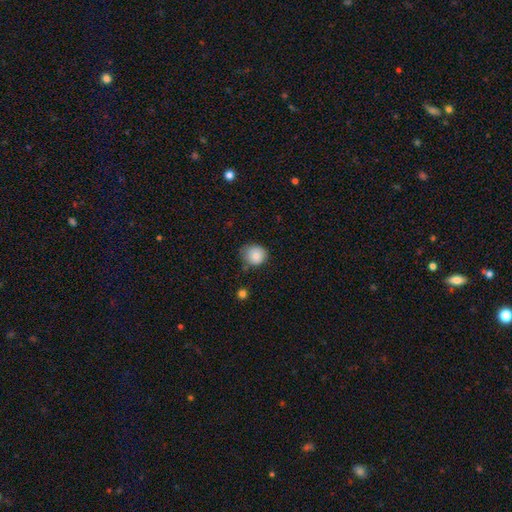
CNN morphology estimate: Overall: smooth (81%). How rounded: round (80%). Merging: none (64%; minor disturbance 28%).